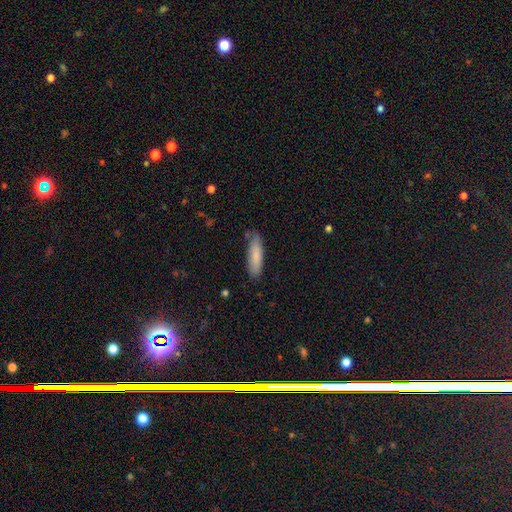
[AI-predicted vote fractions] smooth 83%, featured or disk 11%, star or artifact 6%. Down the decision tree: how rounded — cigar-shaped (66%); merging — none (77%).